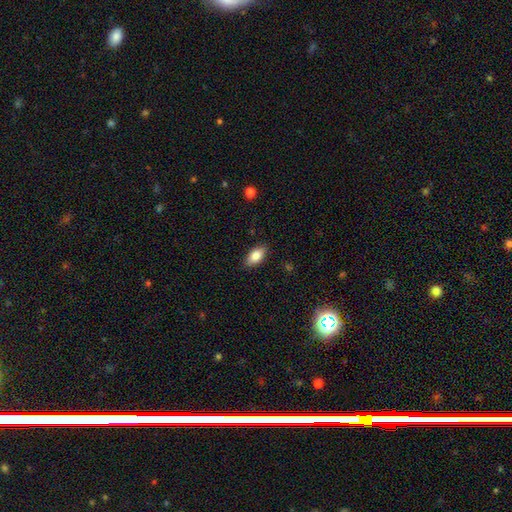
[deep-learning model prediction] Smooth or featured? Predicted: smooth (p=0.83). How rounded? Predicted: in between (p=0.90). Merging? Predicted: none (p=0.87).